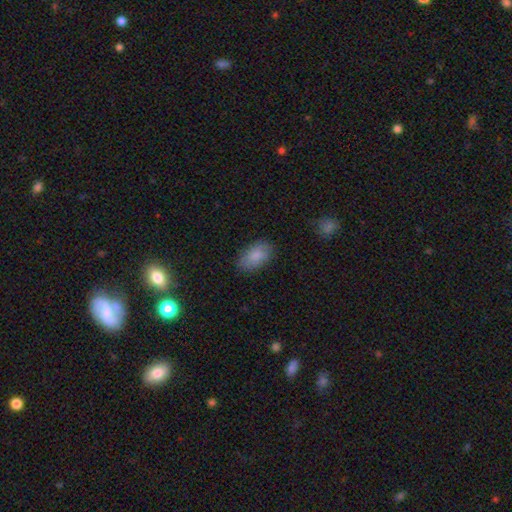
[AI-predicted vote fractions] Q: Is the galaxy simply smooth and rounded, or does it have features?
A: smooth — 85%.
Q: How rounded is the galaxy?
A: in between — 94%.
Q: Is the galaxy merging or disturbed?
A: none — 81%.